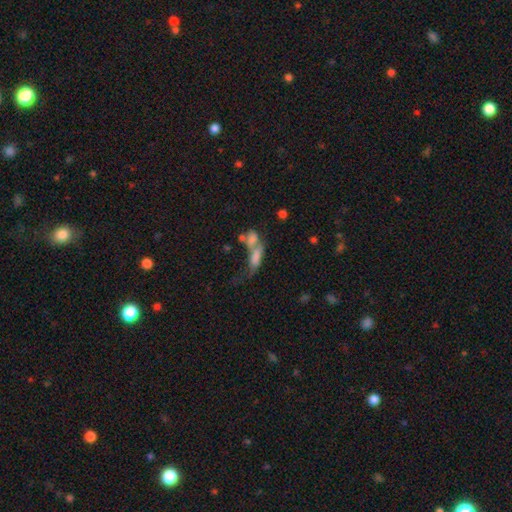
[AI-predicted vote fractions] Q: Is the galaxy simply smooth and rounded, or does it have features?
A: smooth — 63%.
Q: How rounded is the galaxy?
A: in between — 68%.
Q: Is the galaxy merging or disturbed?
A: merger — 61%.